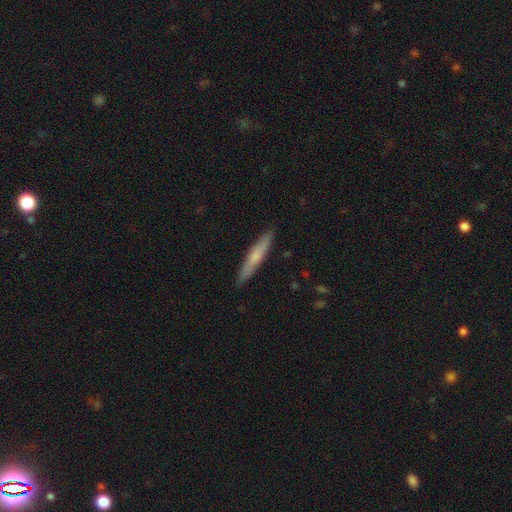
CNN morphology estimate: A smooth galaxy with no disk features (58%) that is cigar-shaped (93%). Merging: none (89%).